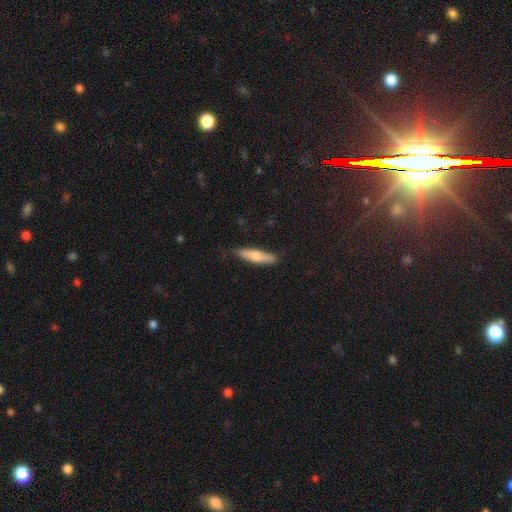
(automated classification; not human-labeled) Smooth or featured?
  - smooth: 63% *
  - featured or disk: 31%
  - star or artifact: 5%
How rounded?
  - cigar-shaped: 77% *
  - in between: 22%
  - round: 2%
Merging?
  - none: 81% *
  - minor disturbance: 15%
  - major disturbance: 3%
  - merger: 1%